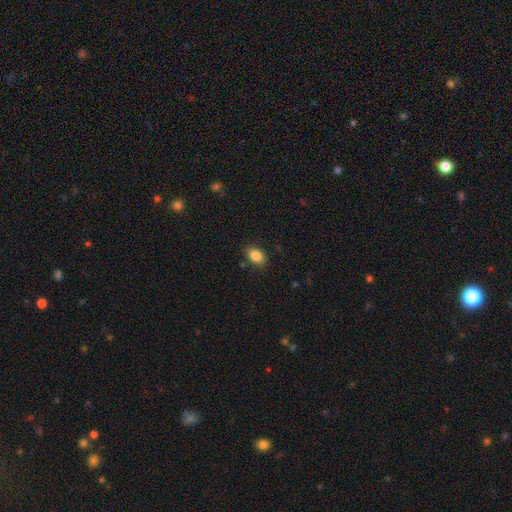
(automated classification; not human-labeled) smooth_or_featured: smooth (p=0.86) [alt: star or artifact p=0.08]
how_rounded: in between (p=0.82) [alt: round p=0.16]
merging: none (p=0.83) [alt: minor disturbance p=0.12]